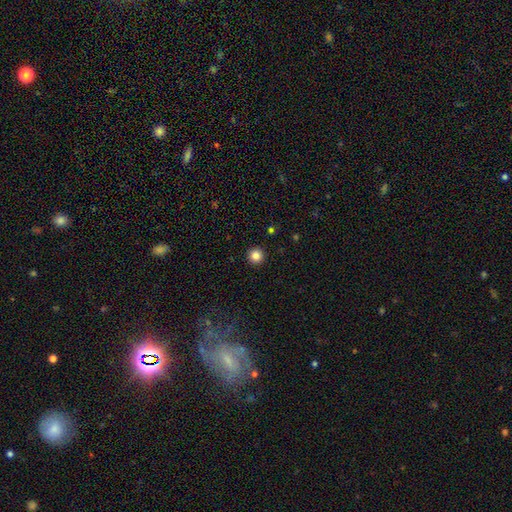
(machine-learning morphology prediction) Smooth or featured: smooth — 84% (star or artifact — 12%)
How rounded: round — 96% (in between — 3%)
Merging: none — 94% (minor disturbance — 4%)